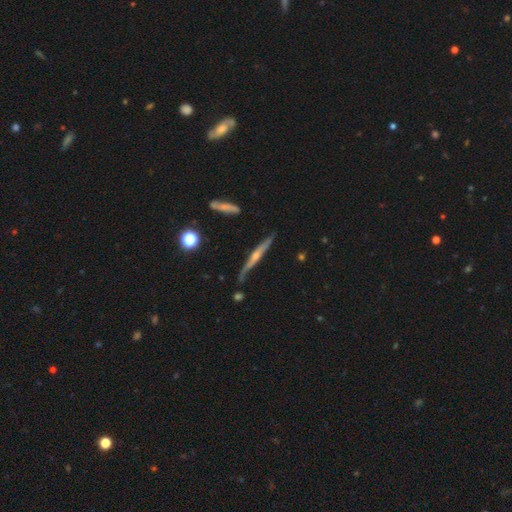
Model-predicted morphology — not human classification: Smooth or featured?
  - featured or disk: 74% *
  - smooth: 19%
  - star or artifact: 7%
Edge-on disk?
  - yes: 95% *
  - no: 5%
Edge-on bulge?
  - rounded: 75% *
  - none: 19%
  - boxy: 6%
Merging?
  - none: 78% *
  - minor disturbance: 16%
  - major disturbance: 3%
  - merger: 3%